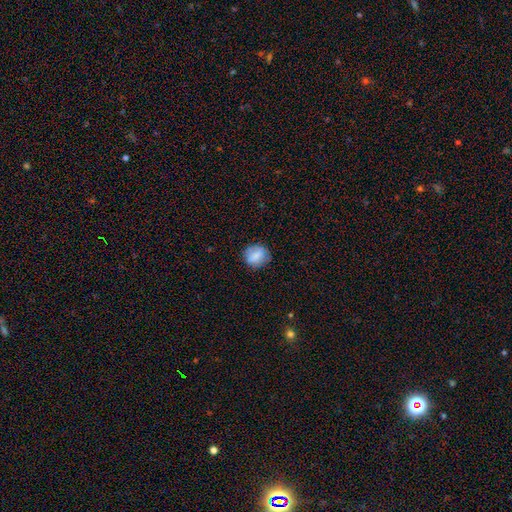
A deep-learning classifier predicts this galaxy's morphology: A smooth galaxy with no disk features (78%) that is round (76%). Merging: none (80%).